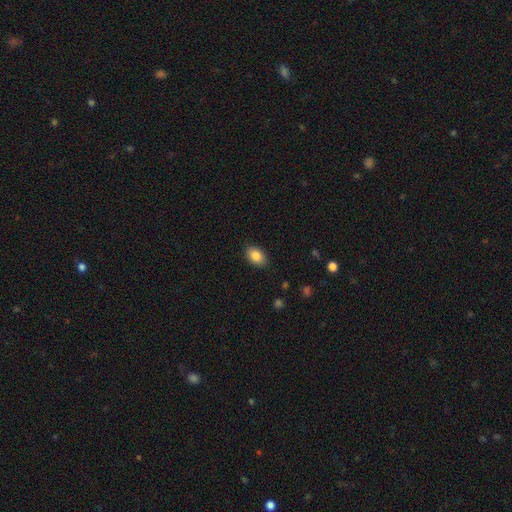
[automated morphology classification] The model was most divided on "how rounded": in between: 86%, round: 12%, cigar-shaped: 1%. More confident: merging — none (86%); smooth or featured — smooth (86%).